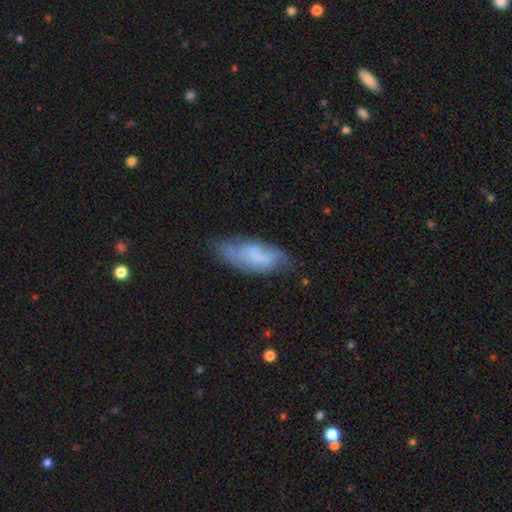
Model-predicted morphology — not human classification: smooth-or-featured: smooth: 51% | featured or disk: 41% | star or artifact: 8%
  how-rounded: in between: 75% | cigar-shaped: 23% | round: 2%
  merging: none: 52% | minor disturbance: 31% | major disturbance: 14% | merger: 4%